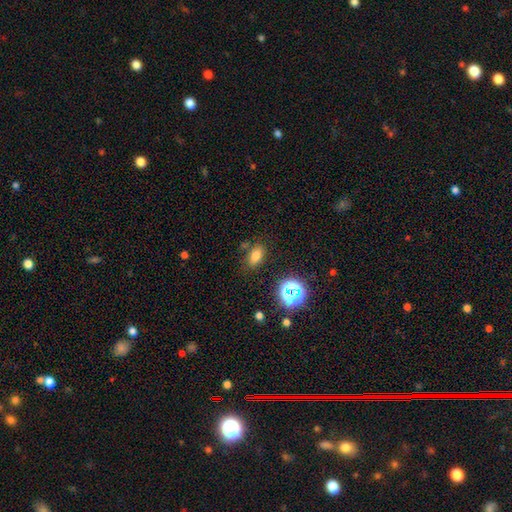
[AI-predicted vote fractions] Smooth or featured?
  - smooth: 73% *
  - star or artifact: 17%
  - featured or disk: 10%
How rounded?
  - in between: 81% *
  - round: 15%
  - cigar-shaped: 4%
Merging?
  - none: 77% *
  - minor disturbance: 13%
  - merger: 6%
  - major disturbance: 4%